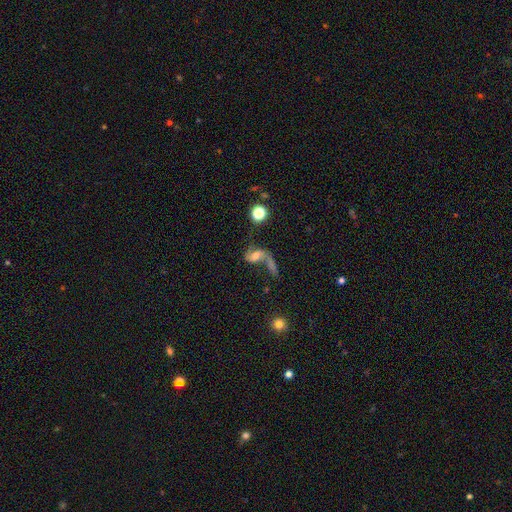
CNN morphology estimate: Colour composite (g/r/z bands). It shows a featured or disk galaxy (64%) with no bar (47%), 2 (77%) loose (81%) spiral arms (84%) and a moderate central bulge (37%). Merging: merger (39%).